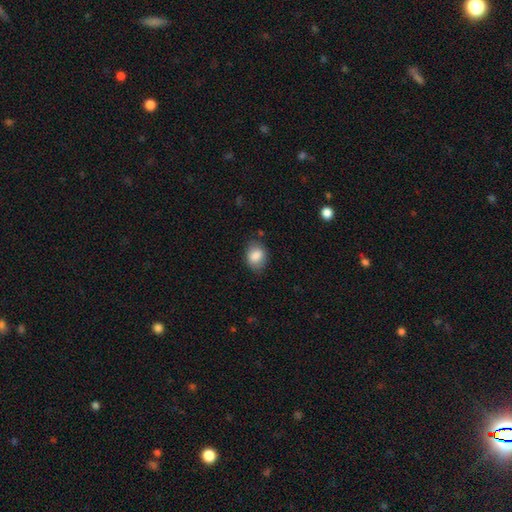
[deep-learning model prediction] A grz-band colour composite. It shows a smooth galaxy with no disk features (85%) that is in between round and cigar-shaped (66%). Merging: none (74%).